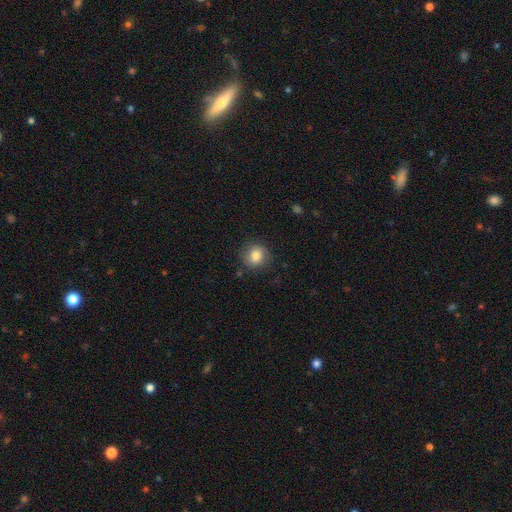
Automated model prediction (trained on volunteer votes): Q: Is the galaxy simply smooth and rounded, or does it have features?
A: smooth — 80%.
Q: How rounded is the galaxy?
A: round — 87%.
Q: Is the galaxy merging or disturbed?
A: none — 85%.